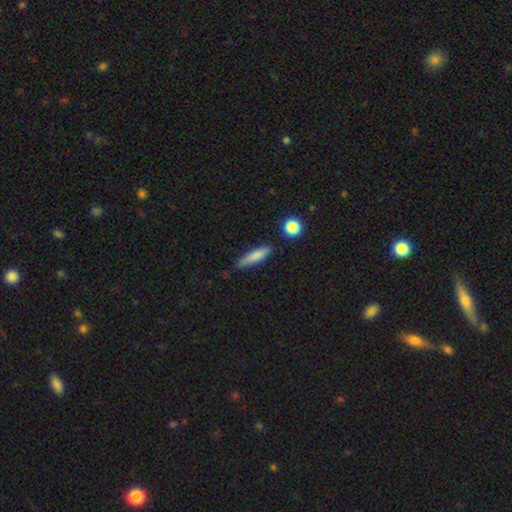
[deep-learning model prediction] smooth_or_featured: smooth (p=0.76) [alt: featured or disk p=0.16]
how_rounded: cigar-shaped (p=0.78) [alt: in between p=0.20]
merging: none (p=0.80) [alt: minor disturbance p=0.14]